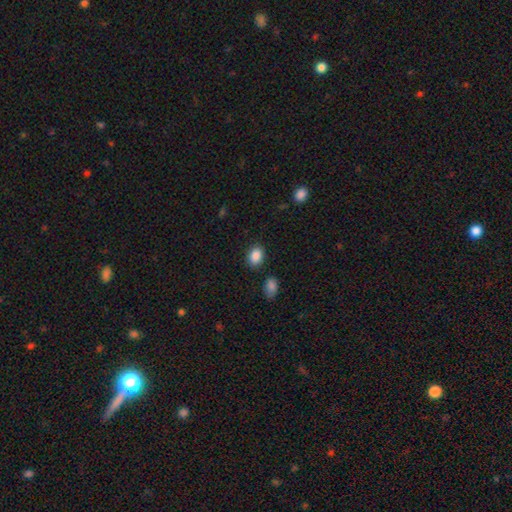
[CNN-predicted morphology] Smooth or featured? smooth (87%)
How rounded? in between (73%)
Merging? none (83%)